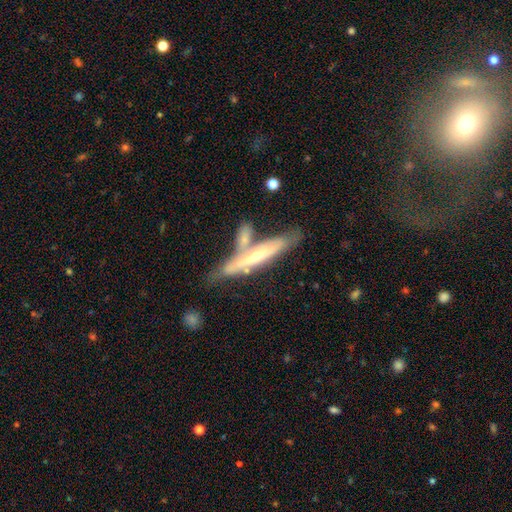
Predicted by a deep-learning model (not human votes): A featured or disk galaxy (59%) viewed edge-on (84%).

Vote fractions:
- Smooth or featured? featured or disk: 59% / smooth: 35% / star or artifact: 6%
- Edge-on disk? yes: 84% / no: 16%
- Merging? none: 51% / merger: 28% / minor disturbance: 16% / major disturbance: 5%